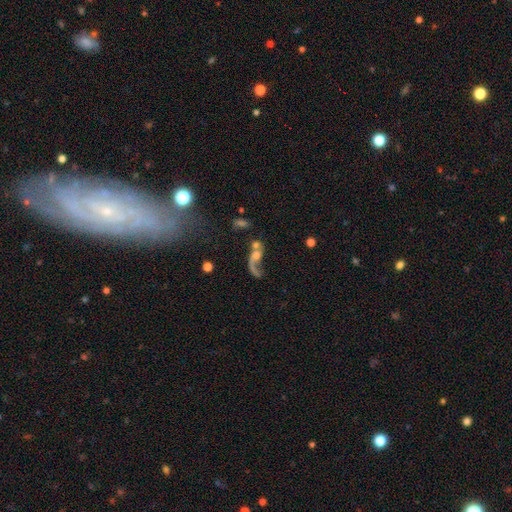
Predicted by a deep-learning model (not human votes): This is possibly a featured or disk galaxy (60%). It is clearly not viewed edge-on (93%). Bar: likely no (74%). Spiral arm pattern: likely yes (70%). Central bulge: marginally moderate (34%). Merging: marginally merger (42%).